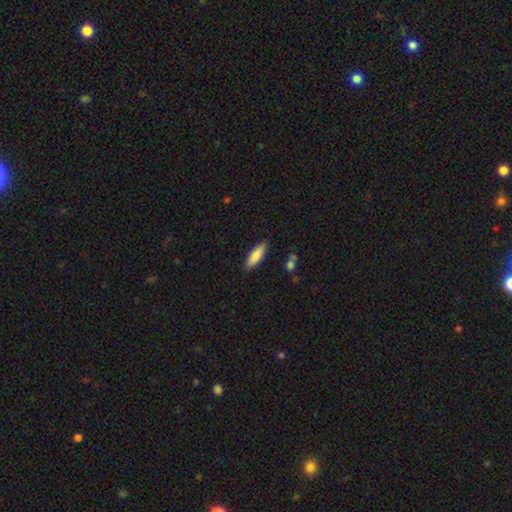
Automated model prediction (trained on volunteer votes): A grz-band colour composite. It shows a smooth galaxy with no disk features (83%) that is cigar-shaped (51%). Merging: none (87%).